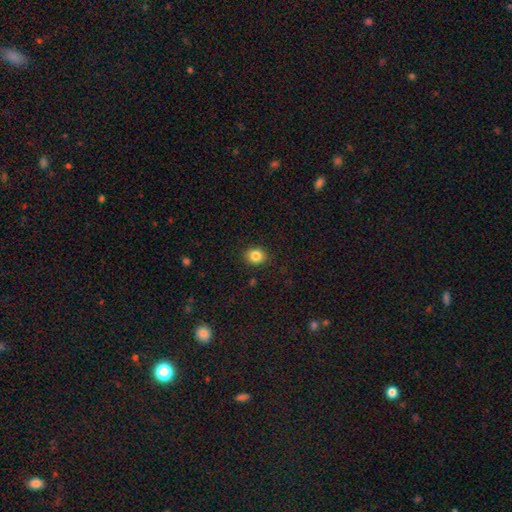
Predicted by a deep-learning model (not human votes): This appears to be a smooth galaxy with no disk features (84%) that is round (68%). Merging: none (89%).